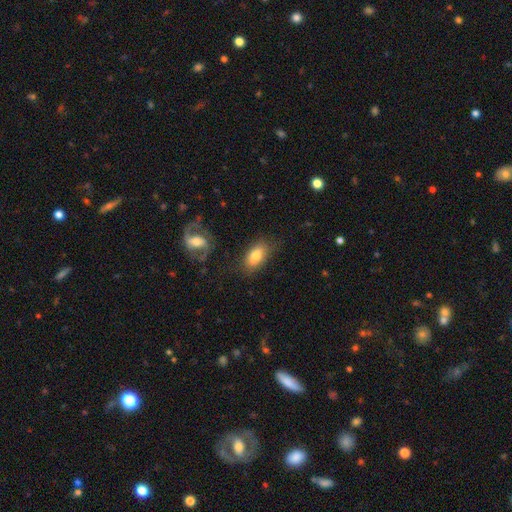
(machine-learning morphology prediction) Smooth or featured?
  - smooth: 76% *
  - featured or disk: 16%
  - star or artifact: 7%
How rounded?
  - in between: 90% *
  - round: 6%
  - cigar-shaped: 4%
Merging?
  - none: 73% *
  - minor disturbance: 16%
  - major disturbance: 6%
  - merger: 4%